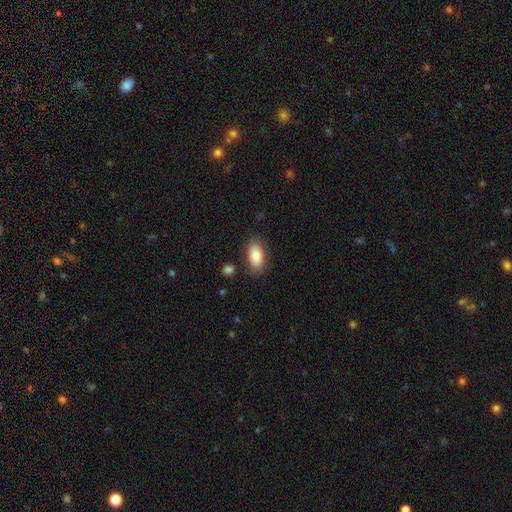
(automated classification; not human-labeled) This is clearly a smooth galaxy (82%). How rounded: clearly in between (92%). Merging: clearly none (81%).